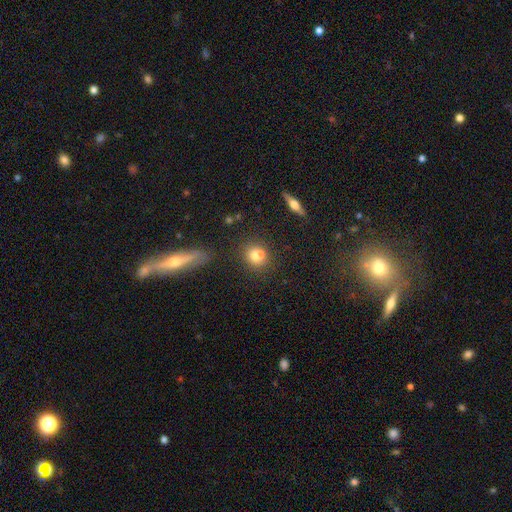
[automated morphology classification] Smooth or featured? smooth (72%)
How rounded? round (75%)
Merging? none (54%)